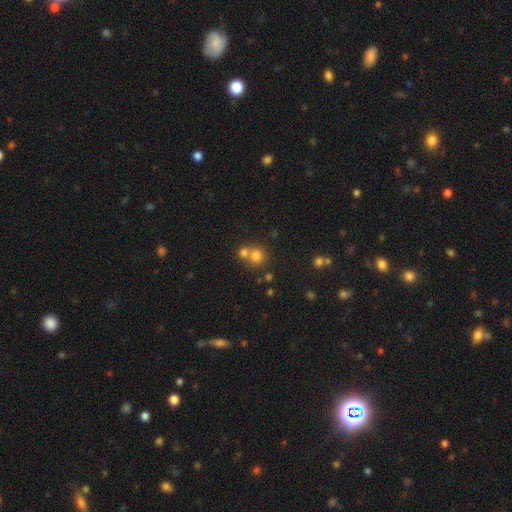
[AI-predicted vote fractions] Overall: smooth (75%). How rounded: round (87%). Merging: none (47%; merger 44%).